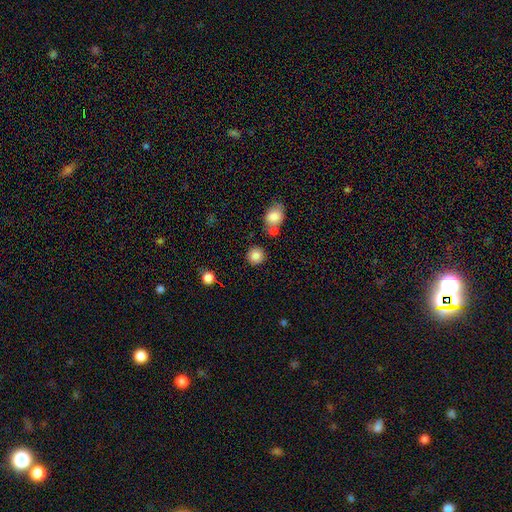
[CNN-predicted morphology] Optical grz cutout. It shows a smooth galaxy with no disk features (84%) that is round (90%). Merging: none (80%).